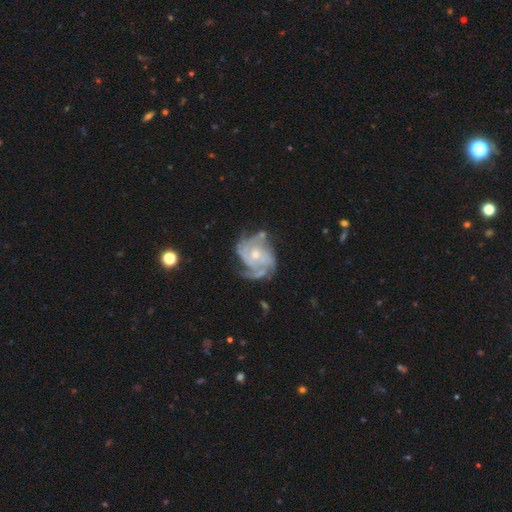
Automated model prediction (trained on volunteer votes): Morphology: type=featured or disk (85%); edge-on=no (98%); bar=no (75%); spiral arms=yes (92%); winding=tight (47%); arm count=can't tell (28%); bulge=small (49%); merging=none (53%).